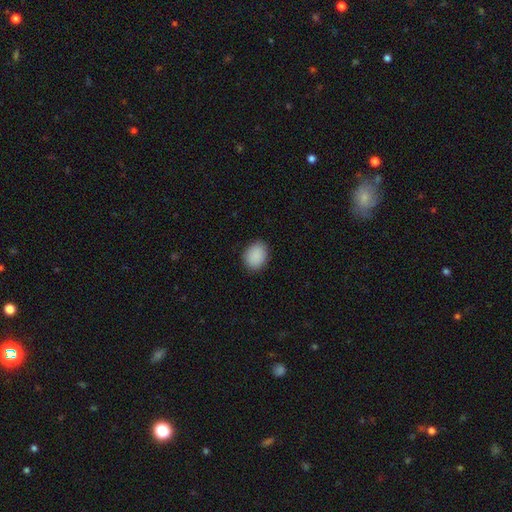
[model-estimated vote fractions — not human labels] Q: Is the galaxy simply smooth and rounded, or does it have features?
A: smooth — 90%.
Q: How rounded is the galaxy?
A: in between — 51%.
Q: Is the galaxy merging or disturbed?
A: none — 87%.